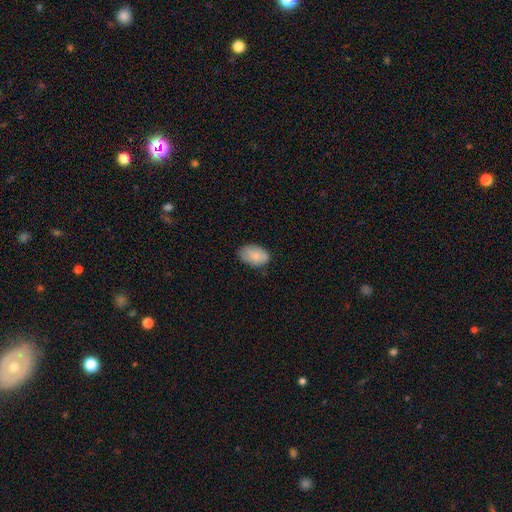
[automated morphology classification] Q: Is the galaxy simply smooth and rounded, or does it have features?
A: smooth — 80%.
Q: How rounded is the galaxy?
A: in between — 90%.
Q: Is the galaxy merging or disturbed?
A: none — 77%.